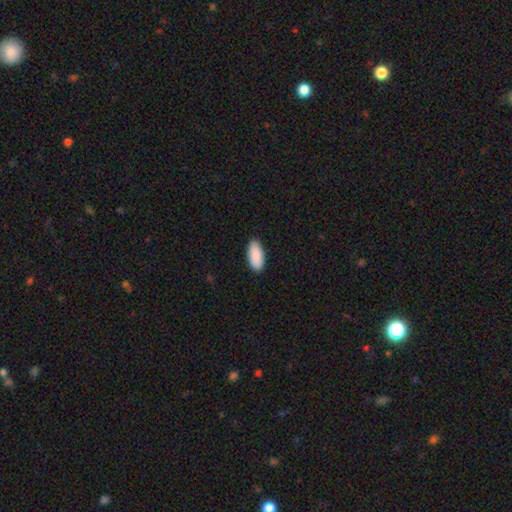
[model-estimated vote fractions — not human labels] A smooth galaxy with no disk features (91%) that is in between round and cigar-shaped (90%).

Vote fractions:
- Smooth or featured? smooth: 91% / star or artifact: 6% / featured or disk: 3%
- How rounded? in between: 90% / cigar-shaped: 8% / round: 2%
- Merging? none: 90% / minor disturbance: 8% / major disturbance: 2% / merger: 1%